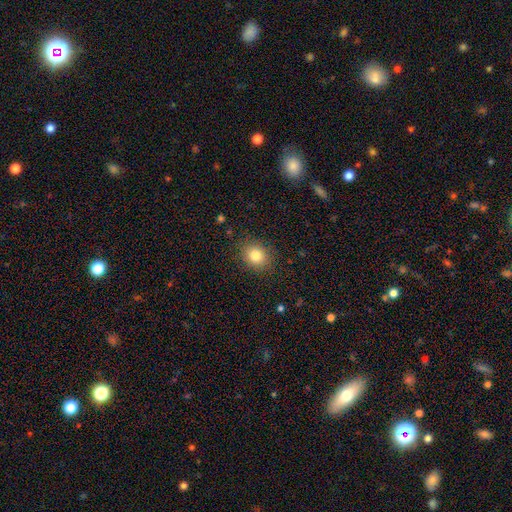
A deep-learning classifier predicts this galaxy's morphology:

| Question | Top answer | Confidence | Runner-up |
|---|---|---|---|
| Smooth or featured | smooth | 81% | star or artifact (11%) |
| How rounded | round | 69% | in between (30%) |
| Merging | none | 88% | minor disturbance (9%) |